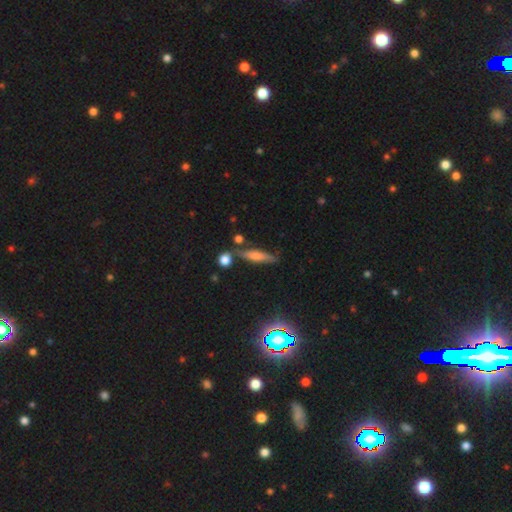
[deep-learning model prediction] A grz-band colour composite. It shows a smooth galaxy with no disk features (43%). Merging: none (75%).